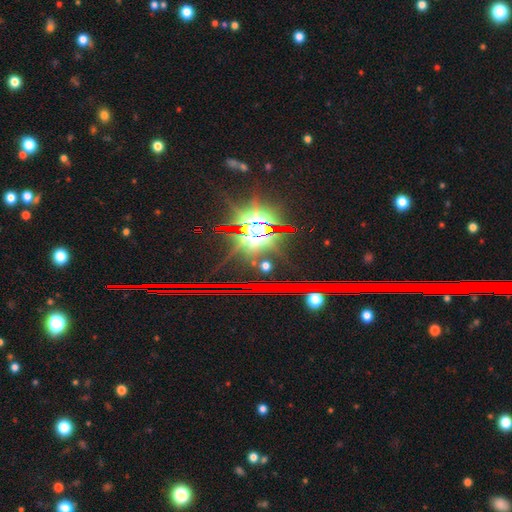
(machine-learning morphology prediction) Smooth or featured? star or artifact (83%)